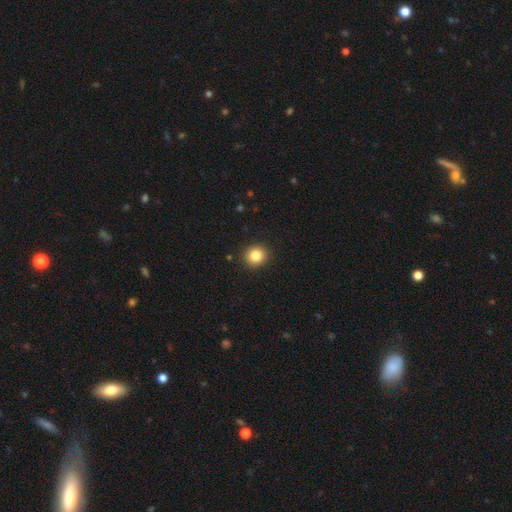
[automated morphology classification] Smooth or featured? smooth (84%)
How rounded? round (85%)
Merging? none (91%)